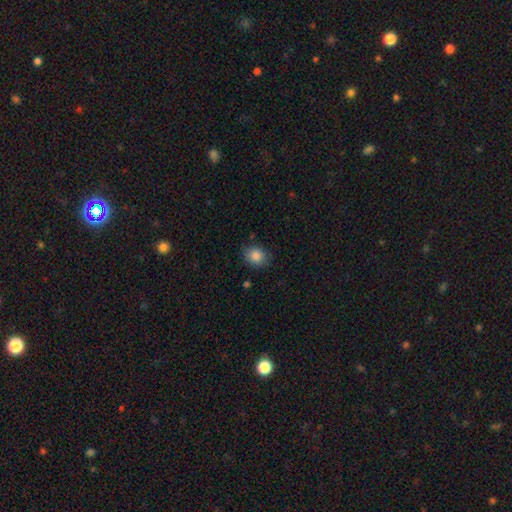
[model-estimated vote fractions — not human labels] Q: Smooth or featured?
A: smooth (86%); runner-up: star or artifact (9%)
Q: How rounded?
A: round (65%); runner-up: in between (34%)
Q: Merging?
A: none (81%); runner-up: minor disturbance (15%)